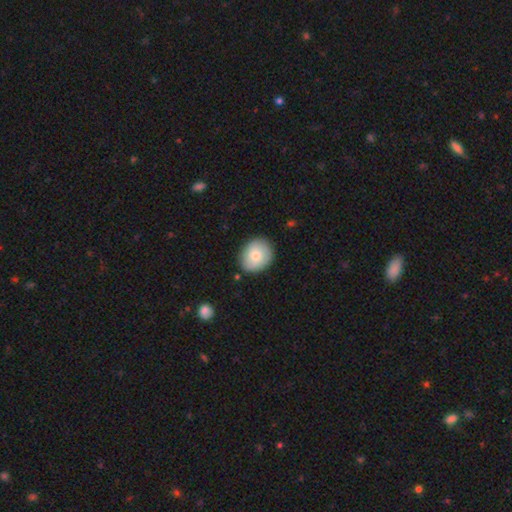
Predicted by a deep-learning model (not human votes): Smooth or featured? smooth (76%)
How rounded? round (61%)
Merging? none (82%)